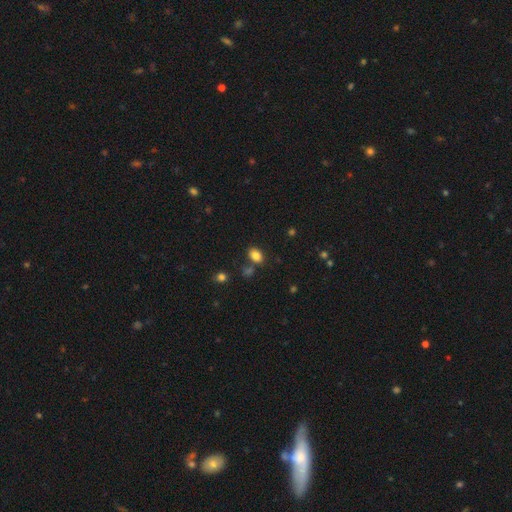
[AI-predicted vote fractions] The model was most divided on "merging": none: 76%, minor disturbance: 12%, merger: 9%, major disturbance: 3%. More confident: smooth or featured — smooth (84%); how rounded — in between (81%).